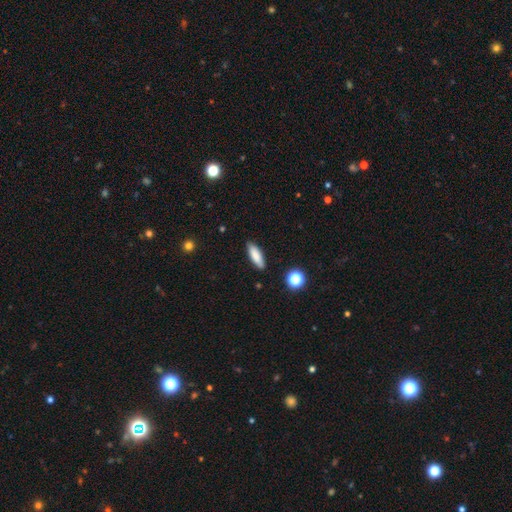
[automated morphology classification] smooth-or-featured: smooth: 83% | featured or disk: 10% | star or artifact: 7%
  how-rounded: in between: 49% | cigar-shaped: 48% | round: 2%
  merging: none: 87% | minor disturbance: 9% | major disturbance: 2% | merger: 2%